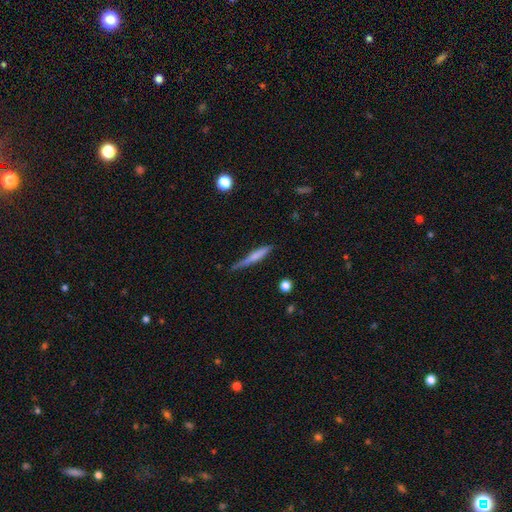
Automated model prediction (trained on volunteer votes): smooth-or-featured: smooth: 55% | featured or disk: 39% | star or artifact: 6%
  how-rounded: cigar-shaped: 91% | in between: 7% | round: 2%
  merging: none: 68% | minor disturbance: 24% | major disturbance: 5% | merger: 3%